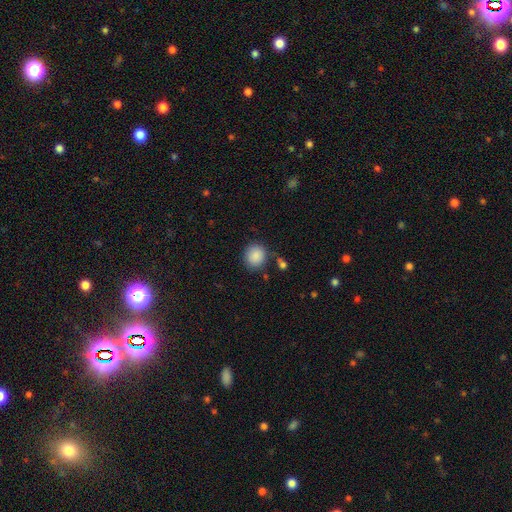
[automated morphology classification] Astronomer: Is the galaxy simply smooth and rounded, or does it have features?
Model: smooth — 88%.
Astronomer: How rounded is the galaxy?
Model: round — 82%.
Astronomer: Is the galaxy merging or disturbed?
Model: none — 80%.